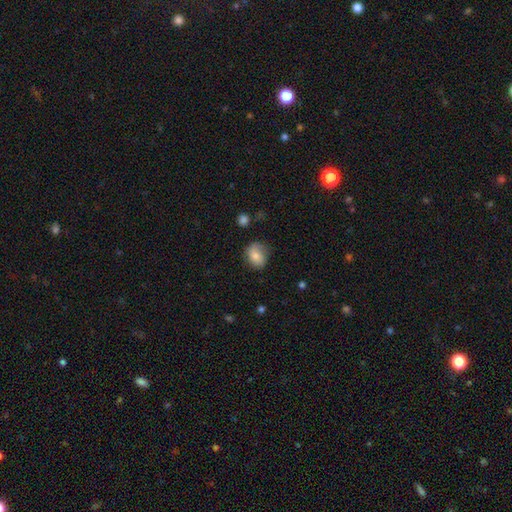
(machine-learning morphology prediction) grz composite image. It shows a smooth galaxy with no disk features (74%) that is in between round and cigar-shaped (52%). Merging: none (61%).